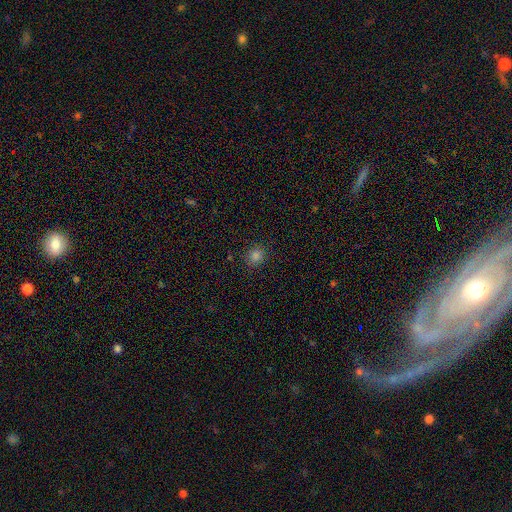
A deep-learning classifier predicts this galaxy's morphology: smooth_or_featured: smooth (p=0.79) [alt: star or artifact p=0.16]
how_rounded: round (p=0.76) [alt: in between p=0.23]
merging: none (p=0.88) [alt: minor disturbance p=0.08]